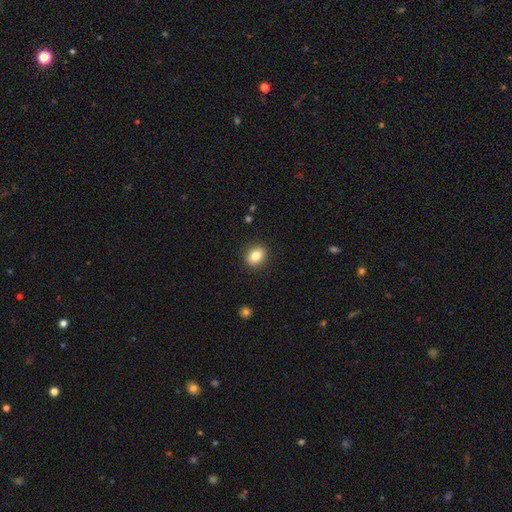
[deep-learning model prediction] Smooth or featured? Predicted: smooth (p=0.83). How rounded? Predicted: in between (p=0.52). Merging? Predicted: none (p=0.90).